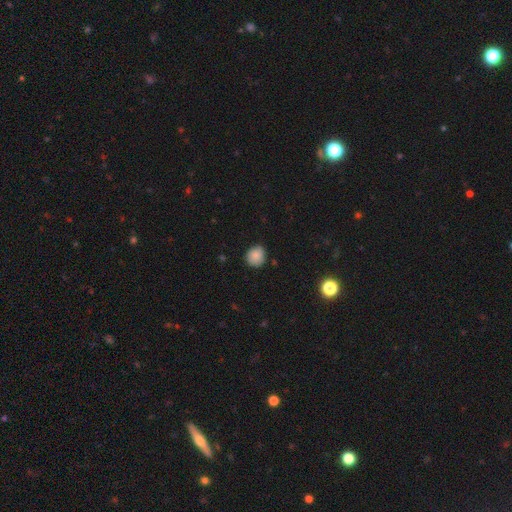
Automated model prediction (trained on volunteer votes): A smooth galaxy with no disk features (85%) that is round (86%). Merging: none (81%).